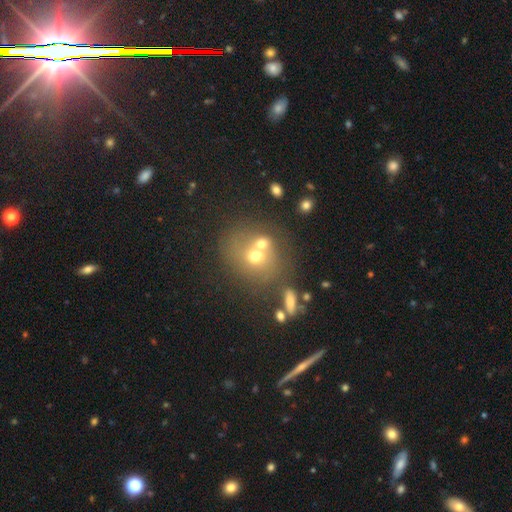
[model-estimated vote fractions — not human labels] Smooth or featured: smooth — 56% (featured or disk — 27%)
How rounded: round — 73% (in between — 25%)
Merging: merger — 44% (none — 39%)